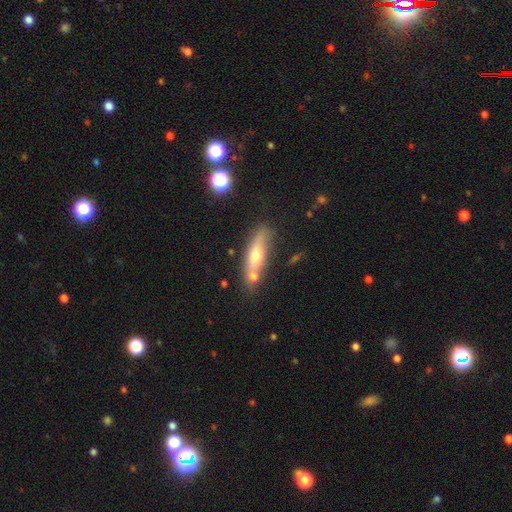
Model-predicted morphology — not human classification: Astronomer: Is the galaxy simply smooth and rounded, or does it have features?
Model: smooth — 50% (runner-up: featured or disk, 40%).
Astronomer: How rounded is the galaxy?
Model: cigar-shaped — 60% (runner-up: in between, 36%).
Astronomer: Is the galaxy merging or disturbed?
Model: none — 62%.